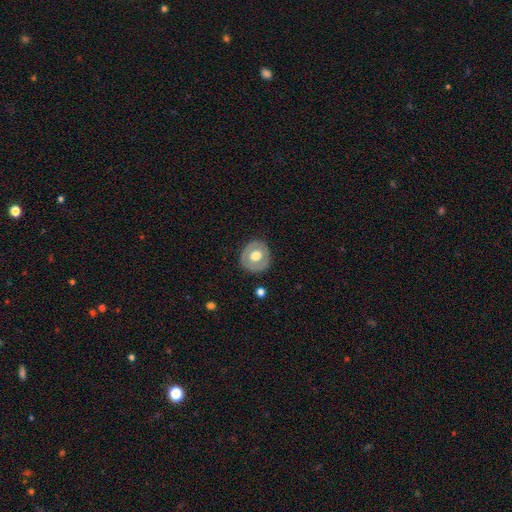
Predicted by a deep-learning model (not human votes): This is possibly a smooth galaxy (50%). How rounded: clearly round (83%). Merging: clearly none (84%).